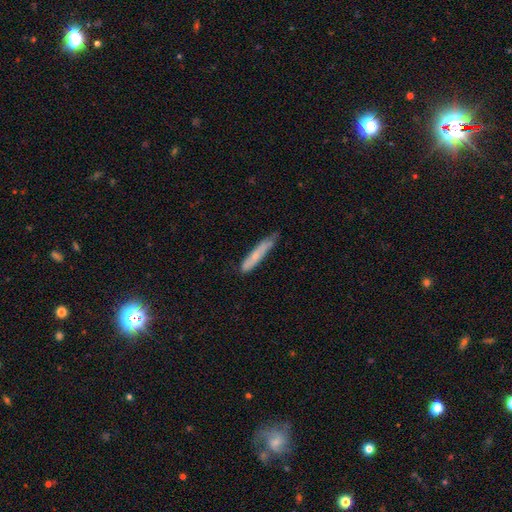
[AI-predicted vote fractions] Smooth or featured? smooth (59%)
How rounded? cigar-shaped (90%)
Merging? none (61%)